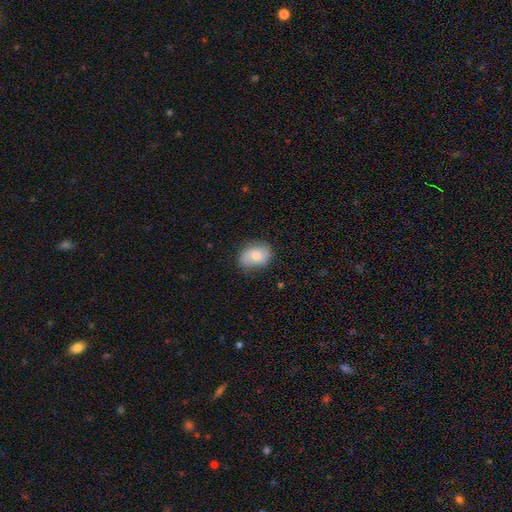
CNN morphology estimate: Smooth or featured? Predicted: smooth (p=0.77). How rounded? Predicted: in between (p=0.71). Merging? Predicted: none (p=0.72).